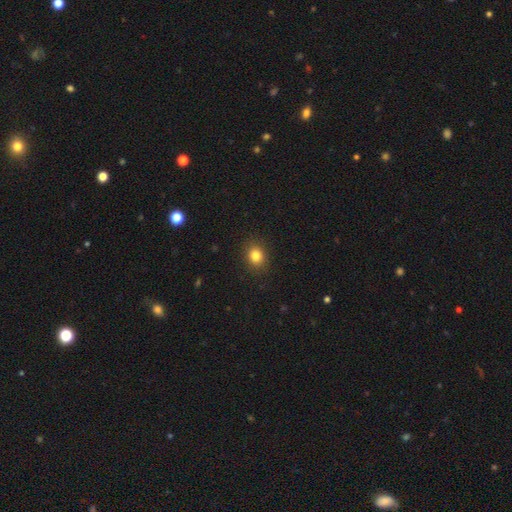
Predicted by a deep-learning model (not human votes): A smooth galaxy with no disk features (83%) that is round (62%). Merging: none (89%).